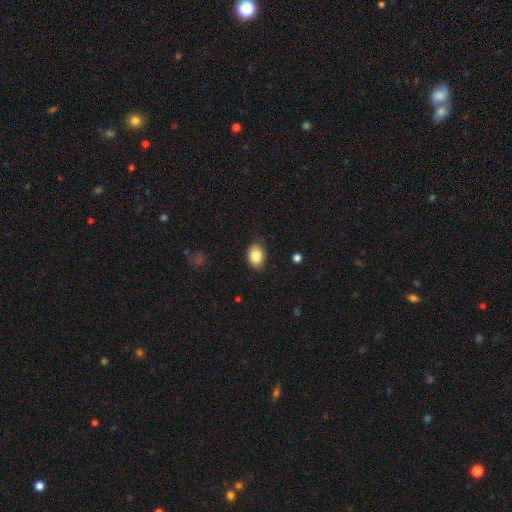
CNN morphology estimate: smooth 86%, star or artifact 8%, featured or disk 7%. Down the decision tree: how rounded — in between (76%); merging — none (83%).